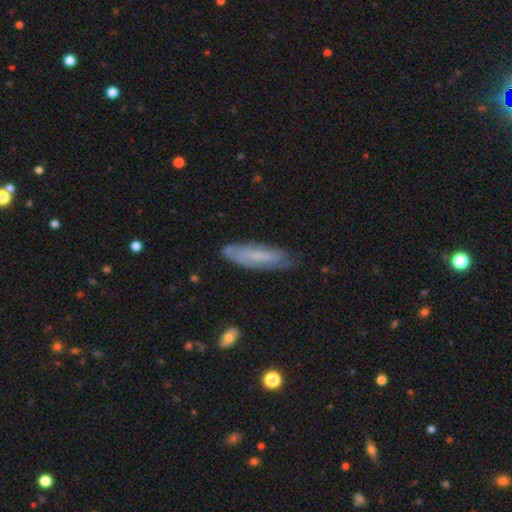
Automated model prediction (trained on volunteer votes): Smooth or featured? featured or disk (49%)
Merging? none (72%)